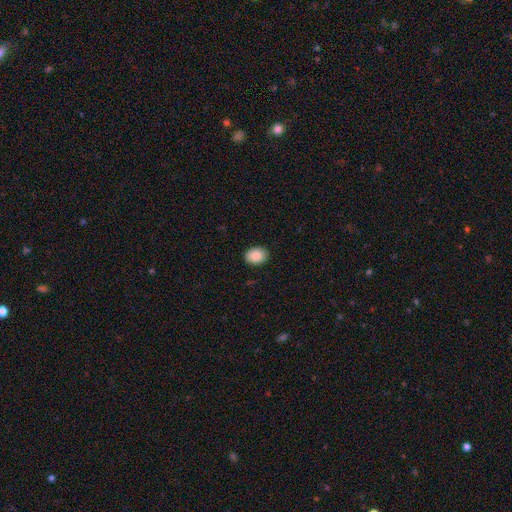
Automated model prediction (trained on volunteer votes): Smooth or featured: smooth — 88% (star or artifact — 7%)
How rounded: in between — 69% (round — 30%)
Merging: none — 89% (minor disturbance — 8%)